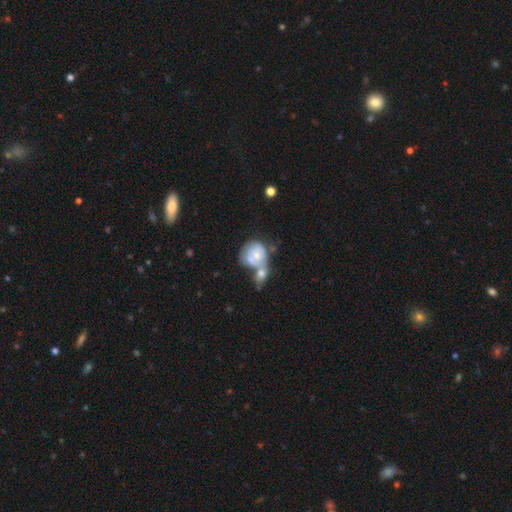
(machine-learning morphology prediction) Smooth or featured: smooth — 48% (featured or disk — 45%)
Merging: merger — 64% (none — 18%)